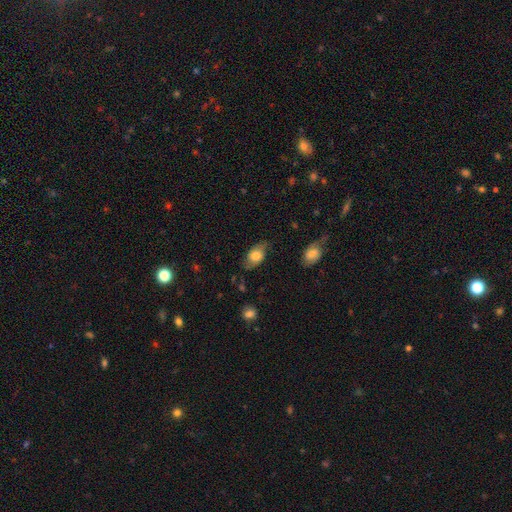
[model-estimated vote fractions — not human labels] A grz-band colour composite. It shows a smooth galaxy with no disk features (67%) that is in between round and cigar-shaped (88%). Merging: none (70%).